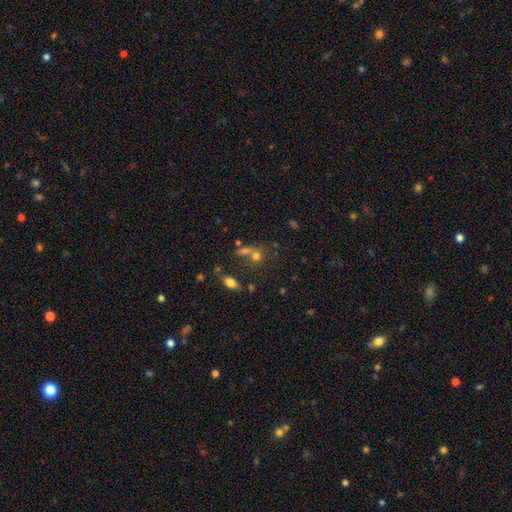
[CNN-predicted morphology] This is possibly a smooth galaxy (58%). How rounded: likely round (70%). Merging: possibly none (45%).